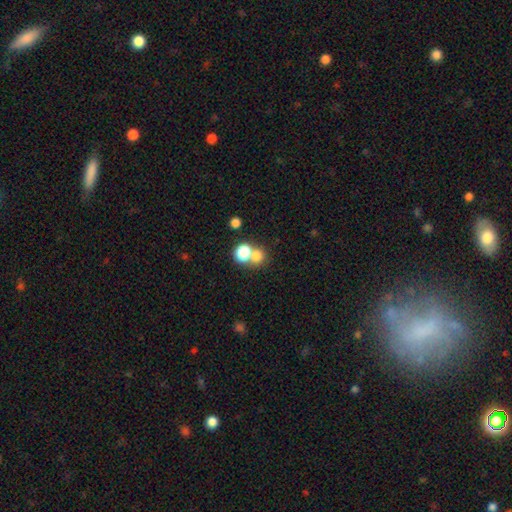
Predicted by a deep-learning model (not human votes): Smooth or featured? smooth (76%)
How rounded? round (81%)
Merging? merger (47%)